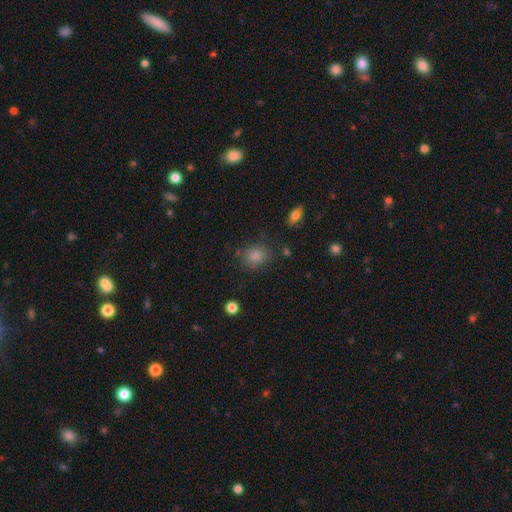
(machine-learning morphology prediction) This appears to be a smooth galaxy with no disk features (84%) that is round (56%). Merging: none (75%).